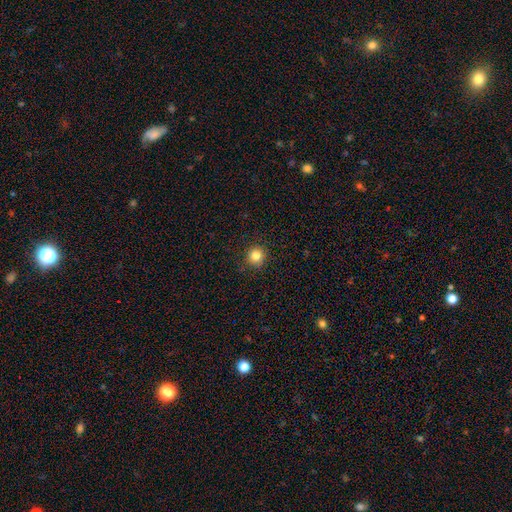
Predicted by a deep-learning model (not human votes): This is clearly a smooth galaxy (83%). How rounded: clearly round (93%). Merging: clearly none (91%).